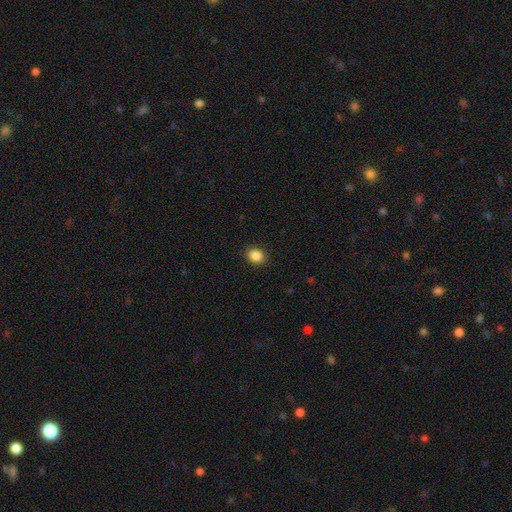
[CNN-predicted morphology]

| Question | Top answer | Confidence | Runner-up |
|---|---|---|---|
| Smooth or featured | smooth | 87% | star or artifact (9%) |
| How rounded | round | 60% | in between (39%) |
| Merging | none | 89% | minor disturbance (7%) |